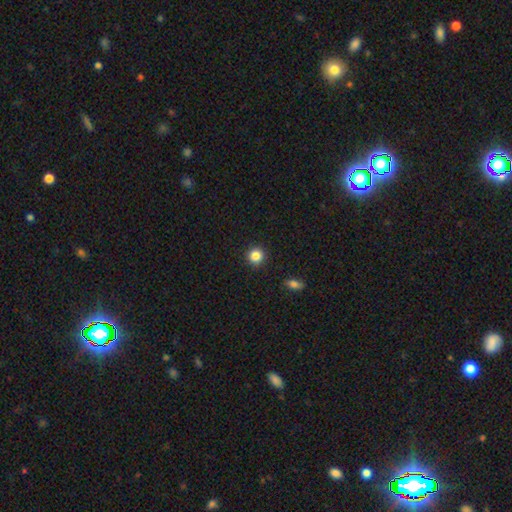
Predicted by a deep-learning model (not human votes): A smooth galaxy with no disk features (85%) that is round (94%). Merging: none (92%).